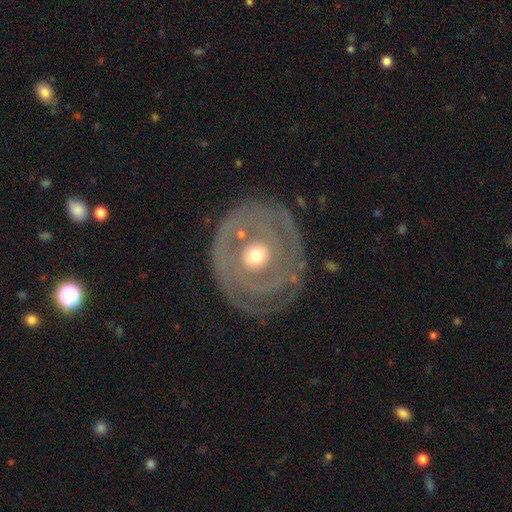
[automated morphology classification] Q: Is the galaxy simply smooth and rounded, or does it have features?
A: featured or disk — 76%.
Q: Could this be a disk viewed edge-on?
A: no — 96%.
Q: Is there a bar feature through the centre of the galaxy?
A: no — 84%.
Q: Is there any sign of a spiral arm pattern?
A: yes — 58%.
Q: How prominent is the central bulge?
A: moderate — 63%.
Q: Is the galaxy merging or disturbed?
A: none — 73%.